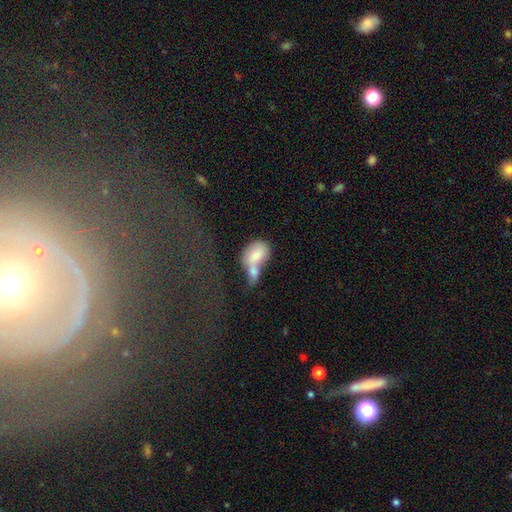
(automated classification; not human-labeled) smooth 73%, featured or disk 20%, star or artifact 7%. Down the decision tree: how rounded — in between (83%); merging — merger (72%).